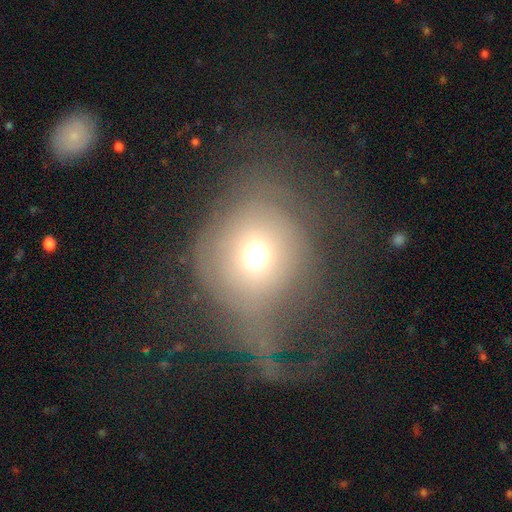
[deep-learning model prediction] A smooth galaxy with no disk features (59%) that is round (84%).

Vote fractions:
- Smooth or featured? smooth: 59% / featured or disk: 27% / star or artifact: 14%
- How rounded? round: 84% / in between: 14% / cigar-shaped: 1%
- Merging? major disturbance: 48% / none: 29% / minor disturbance: 18% / merger: 5%